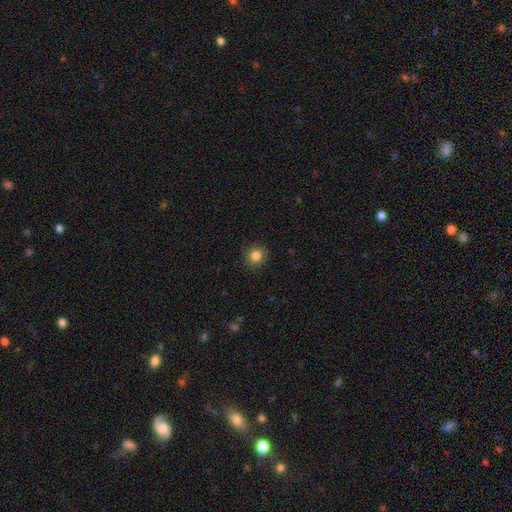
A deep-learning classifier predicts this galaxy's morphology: A smooth galaxy with no disk features (84%) that is round (90%).

Vote fractions:
- Smooth or featured? smooth: 84% / star or artifact: 10% / featured or disk: 6%
- How rounded? round: 90% / in between: 9% / cigar-shaped: 1%
- Merging? none: 90% / minor disturbance: 7% / major disturbance: 2% / merger: 1%